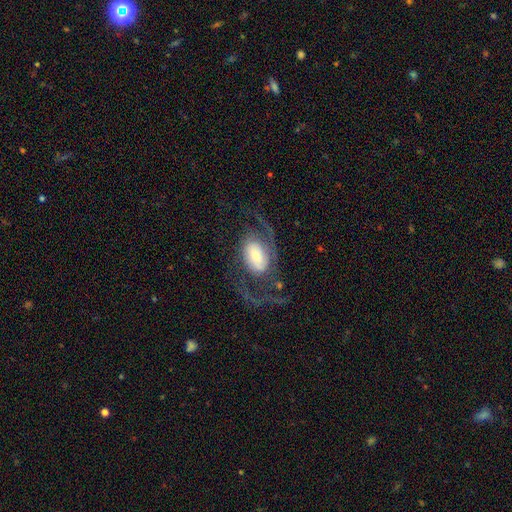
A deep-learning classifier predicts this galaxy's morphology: A featured or disk galaxy (82%) with no bar (42%), 2 (86%) loose (47%) spiral arms (95%) and a small central bulge (30%).

Vote fractions:
- Smooth or featured? featured or disk: 82% / smooth: 12% / star or artifact: 6%
- Edge-on disk? no: 96% / yes: 4%
- Bar? no: 42% / weak: 38% / strong: 20%
- Spiral arms? yes: 95% / no: 5%
- Spiral winding? loose: 47% / medium: 41% / tight: 12%
- Spiral arm count? 2: 86% / 3: 4% / can't tell: 4% / 1: 3% / 4: 2% / more than 4: 2%
- Bulge size? small: 30% / moderate: 28% / large: 28% / dominant: 10% / none: 4%
- Merging? none: 57% / major disturbance: 26% / minor disturbance: 14% / merger: 2%